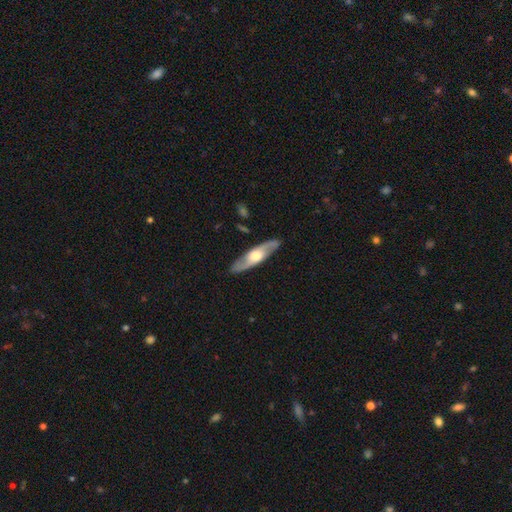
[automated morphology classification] This is likely a featured or disk galaxy (67%). It is possibly not viewed edge-on (54%). Merging: clearly none (88%).